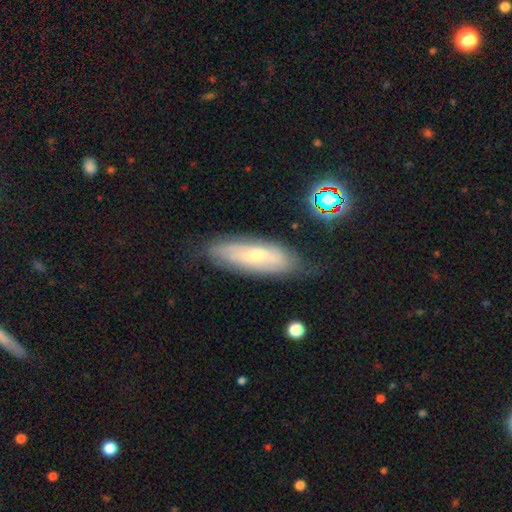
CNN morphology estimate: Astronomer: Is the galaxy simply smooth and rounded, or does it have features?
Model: featured or disk — 55% (runner-up: smooth, 36%).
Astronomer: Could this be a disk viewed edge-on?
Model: no — 73%.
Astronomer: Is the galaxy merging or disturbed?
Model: none — 71%.